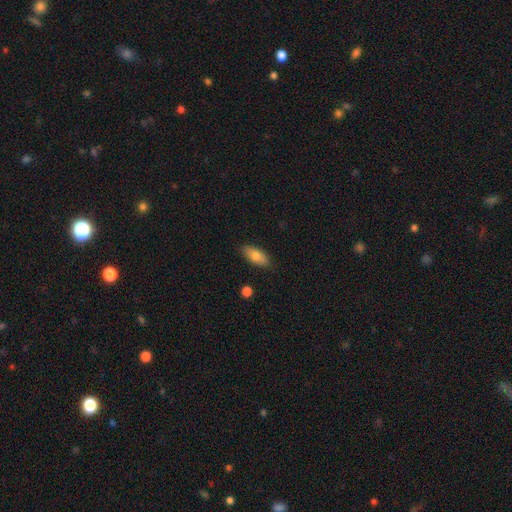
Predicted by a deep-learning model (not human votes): smooth_or_featured: smooth (p=0.77) [alt: featured or disk p=0.17]
how_rounded: in between (p=0.85) [alt: cigar-shaped p=0.13]
merging: none (p=0.85) [alt: minor disturbance p=0.11]